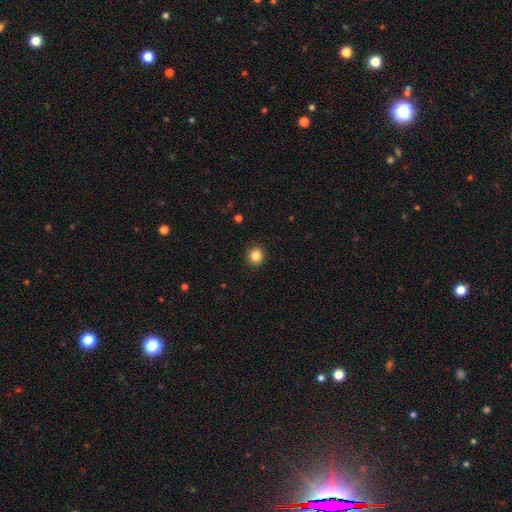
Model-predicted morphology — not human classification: A smooth galaxy with no disk features (85%) that is round (90%). Merging: none (92%).